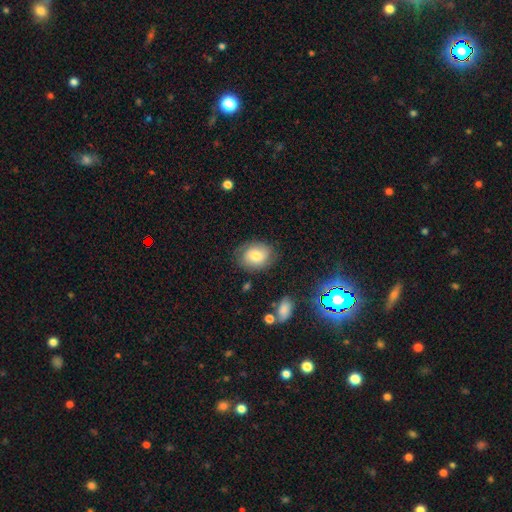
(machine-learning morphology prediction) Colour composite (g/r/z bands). It shows a smooth galaxy with no disk features (71%) that is in between round and cigar-shaped (52%). Merging: none (78%).